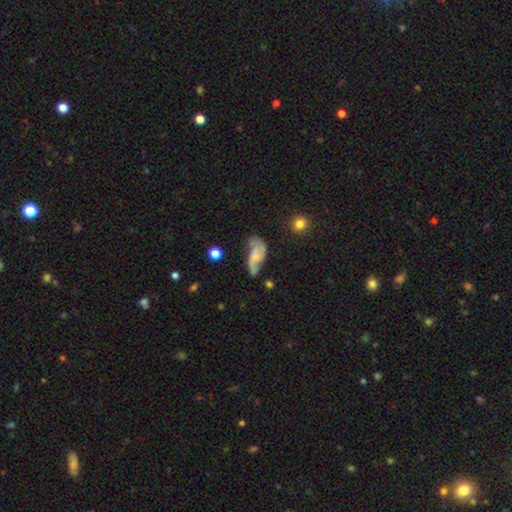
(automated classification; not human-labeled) A featured or disk galaxy (59%) with no bar (63%), spiral arms (83%) and a small central bulge (39%).

Vote fractions:
- Smooth or featured? featured or disk: 59% / smooth: 32% / star or artifact: 8%
- Edge-on disk? no: 94% / yes: 6%
- Bar? no: 63% / weak: 30% / strong: 7%
- Spiral arms? yes: 83% / no: 17%
- Bulge size? small: 39% / none: 37% / moderate: 18% / large: 4% / dominant: 2%
- Merging? none: 36% / minor disturbance: 30% / major disturbance: 26% / merger: 8%